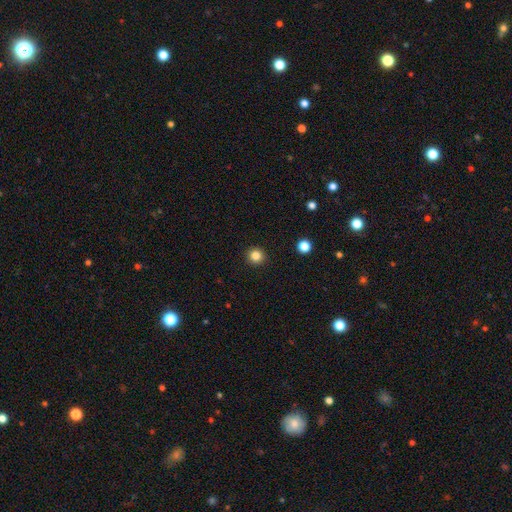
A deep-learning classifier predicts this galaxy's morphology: Smooth or featured: smooth — 84% (star or artifact — 12%)
How rounded: round — 95% (in between — 4%)
Merging: none — 93% (minor disturbance — 4%)